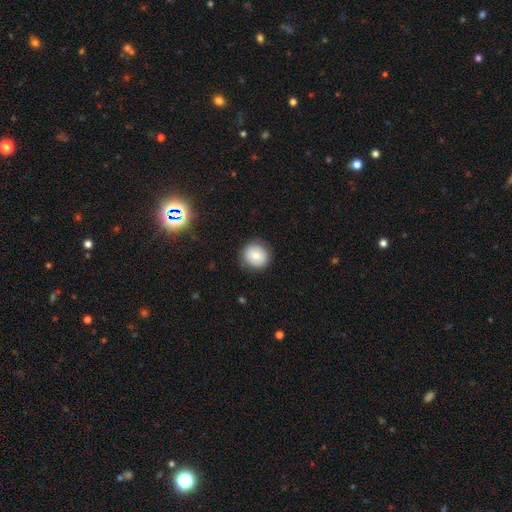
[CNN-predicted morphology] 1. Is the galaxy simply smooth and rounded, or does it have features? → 75% smooth, 16% featured or disk, 9% star or artifact.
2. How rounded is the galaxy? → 88% round, 11% in between, 1% cigar-shaped.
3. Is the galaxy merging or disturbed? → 85% none, 11% minor disturbance, 3% major disturbance, 1% merger.